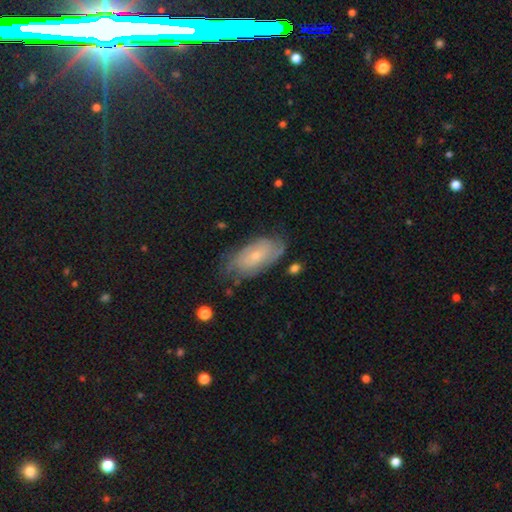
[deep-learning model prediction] Smooth or featured? featured or disk (53%)
Edge-on disk? no (91%)
Merging? none (63%)